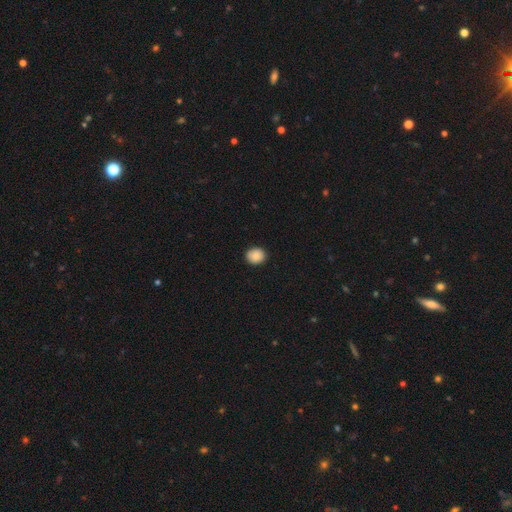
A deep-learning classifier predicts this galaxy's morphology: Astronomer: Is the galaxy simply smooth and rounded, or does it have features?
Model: smooth — 88%.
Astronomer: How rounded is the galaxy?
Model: round — 72%.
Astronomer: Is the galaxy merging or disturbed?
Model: none — 90%.